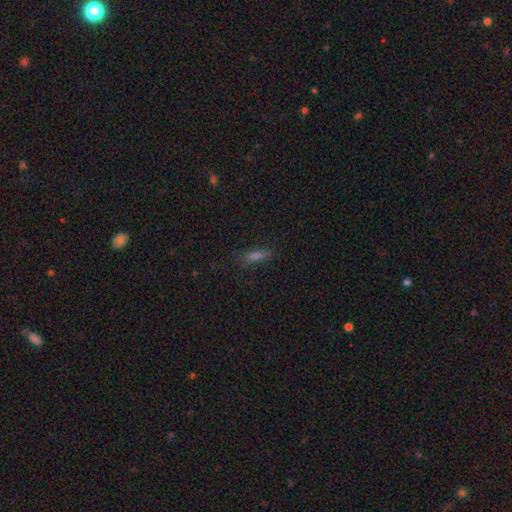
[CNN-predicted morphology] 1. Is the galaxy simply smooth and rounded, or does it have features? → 66% smooth, 20% star or artifact, 14% featured or disk.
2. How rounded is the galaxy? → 55% cigar-shaped, 41% in between, 4% round.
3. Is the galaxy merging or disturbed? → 77% none, 16% minor disturbance, 5% major disturbance, 2% merger.